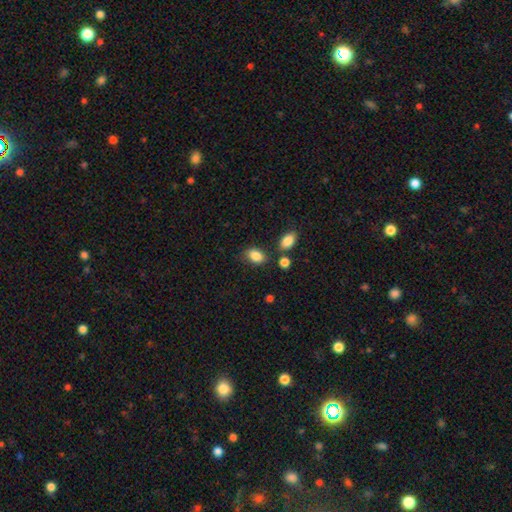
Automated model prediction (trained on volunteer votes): Smooth or featured?
  - smooth: 86% *
  - star or artifact: 8%
  - featured or disk: 6%
How rounded?
  - in between: 86% *
  - round: 13%
  - cigar-shaped: 2%
Merging?
  - none: 73% *
  - minor disturbance: 15%
  - merger: 9%
  - major disturbance: 4%